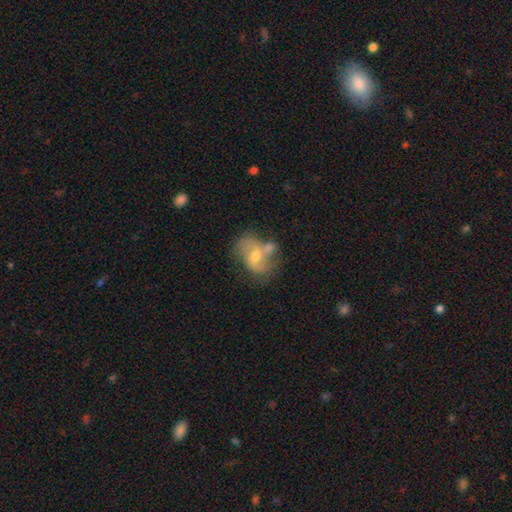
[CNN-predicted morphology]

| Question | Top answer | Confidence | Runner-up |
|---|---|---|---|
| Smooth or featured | featured or disk | 66% | smooth (26%) |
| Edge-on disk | no | 97% | yes (3%) |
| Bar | no | 49% | weak (39%) |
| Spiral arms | yes | 80% | no (20%) |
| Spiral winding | loose | 57% | medium (33%) |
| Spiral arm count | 2 | 82% | can't tell (8%) |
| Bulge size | moderate | 60% | small (34%) |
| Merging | none | 42% | merger (23%) |